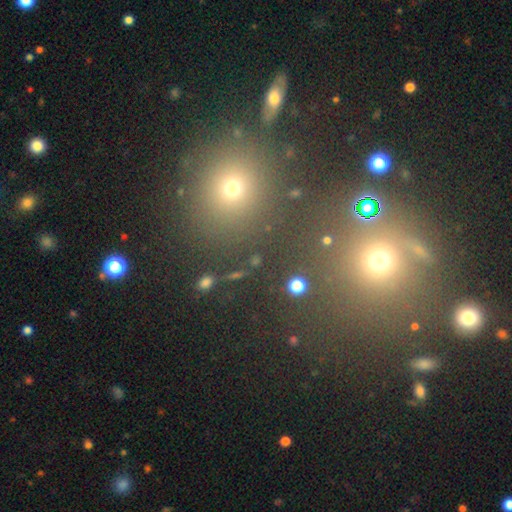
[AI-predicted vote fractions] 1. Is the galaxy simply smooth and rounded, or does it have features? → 48% star or artifact, 43% smooth, 9% featured or disk.